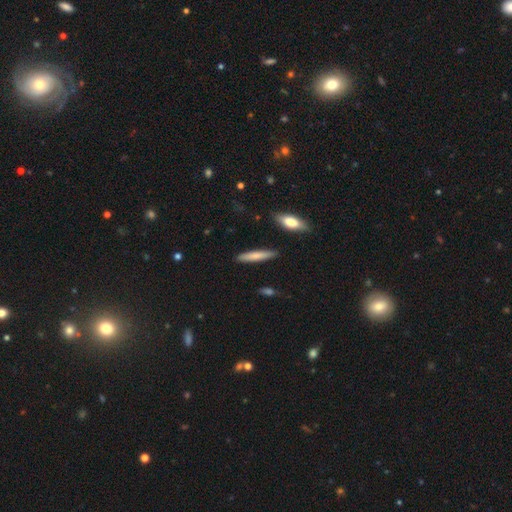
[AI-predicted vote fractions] smooth_or_featured: smooth (p=0.75) [alt: featured or disk p=0.19]
how_rounded: cigar-shaped (p=0.87) [alt: in between p=0.11]
merging: none (p=0.88) [alt: minor disturbance p=0.08]